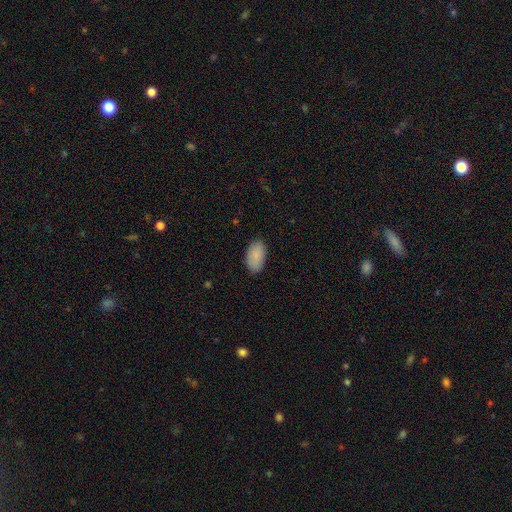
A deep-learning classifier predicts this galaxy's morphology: This appears to be a smooth galaxy with no disk features (89%) that is in between round and cigar-shaped (95%). Merging: none (86%).